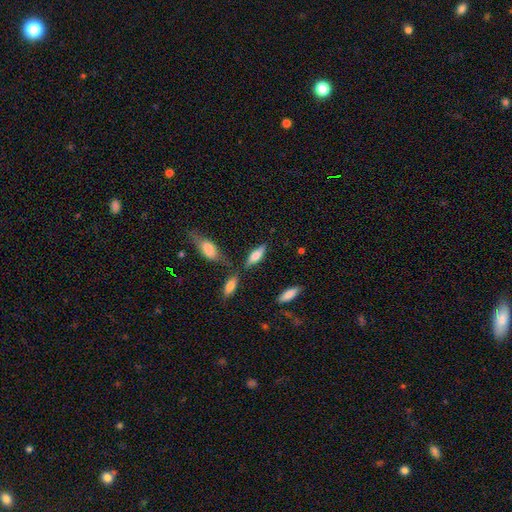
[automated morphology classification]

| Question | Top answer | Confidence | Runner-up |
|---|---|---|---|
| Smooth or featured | smooth | 64% | featured or disk (28%) |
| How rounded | in between | 60% | cigar-shaped (38%) |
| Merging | none | 63% | minor disturbance (17%) |